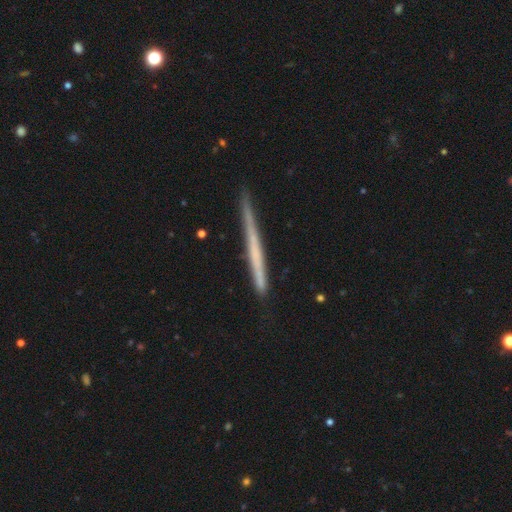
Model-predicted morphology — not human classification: This is possibly a featured or disk galaxy (53%). It is clearly viewed edge-on (97%). Edge-on bulge: clearly none (91%). Merging: clearly none (85%).